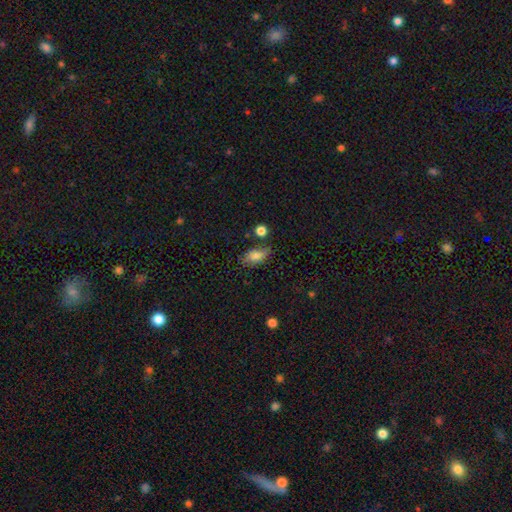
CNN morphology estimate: This is likely a smooth galaxy (73%). How rounded: clearly in between (87%). Merging: likely none (65%).